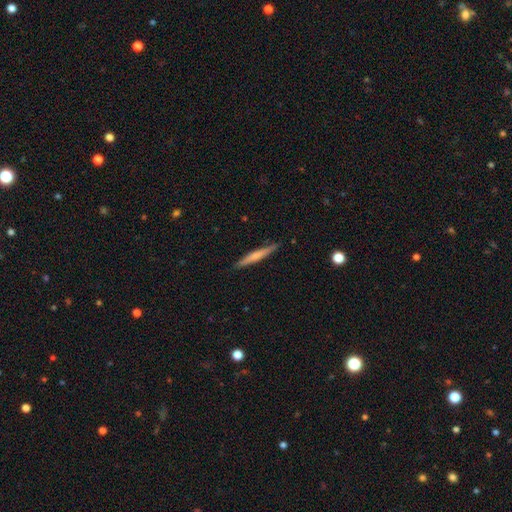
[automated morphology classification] Smooth or featured? smooth (53%)
How rounded? cigar-shaped (95%)
Merging? none (89%)